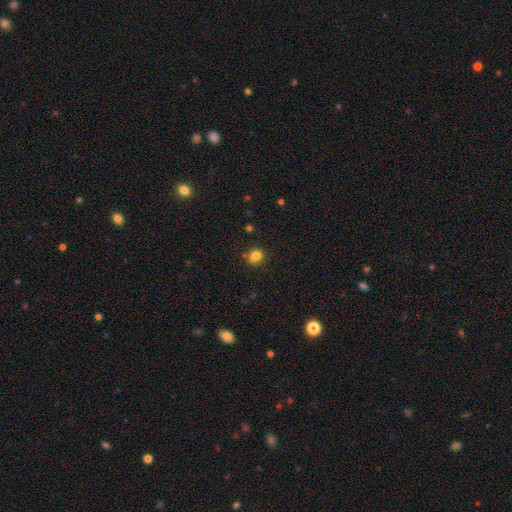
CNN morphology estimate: A smooth galaxy with no disk features (82%) that is round (67%).

Vote fractions:
- Smooth or featured? smooth: 82% / star or artifact: 12% / featured or disk: 6%
- How rounded? round: 67% / in between: 32% / cigar-shaped: 1%
- Merging? none: 75% / minor disturbance: 16% / merger: 6% / major disturbance: 4%